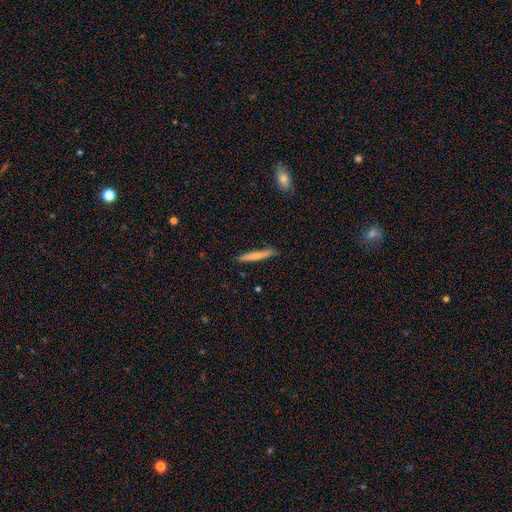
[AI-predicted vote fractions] Q: Smooth or featured?
A: smooth (73%); runner-up: featured or disk (21%)
Q: How rounded?
A: cigar-shaped (95%); runner-up: in between (4%)
Q: Merging?
A: none (86%); runner-up: minor disturbance (11%)